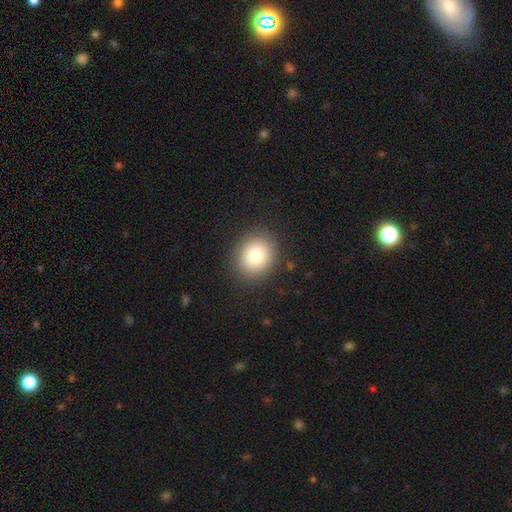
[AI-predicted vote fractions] A smooth galaxy with no disk features (81%) that is round (74%).

Vote fractions:
- Smooth or featured? smooth: 81% / star or artifact: 10% / featured or disk: 9%
- How rounded? round: 74% / in between: 26% / cigar-shaped: 1%
- Merging? none: 87% / minor disturbance: 8% / major disturbance: 3% / merger: 1%